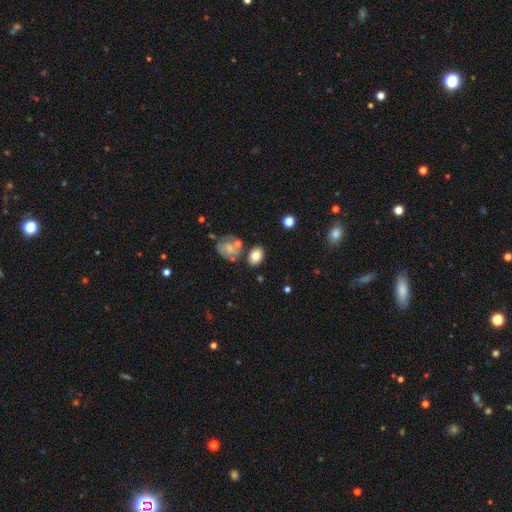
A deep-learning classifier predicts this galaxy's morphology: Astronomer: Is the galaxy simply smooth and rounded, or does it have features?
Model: smooth — 76%.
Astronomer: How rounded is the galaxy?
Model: in between — 73%.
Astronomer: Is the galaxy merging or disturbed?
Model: none — 71%.